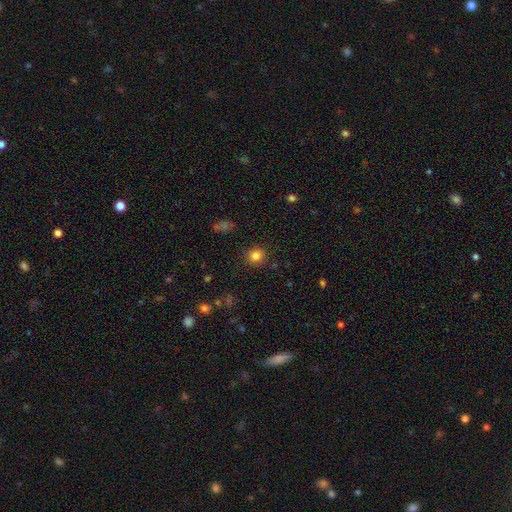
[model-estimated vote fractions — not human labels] Smooth or featured?
  - smooth: 83% *
  - star or artifact: 12%
  - featured or disk: 5%
How rounded?
  - round: 87% *
  - in between: 12%
  - cigar-shaped: 1%
Merging?
  - none: 90% *
  - minor disturbance: 7%
  - major disturbance: 3%
  - merger: 1%